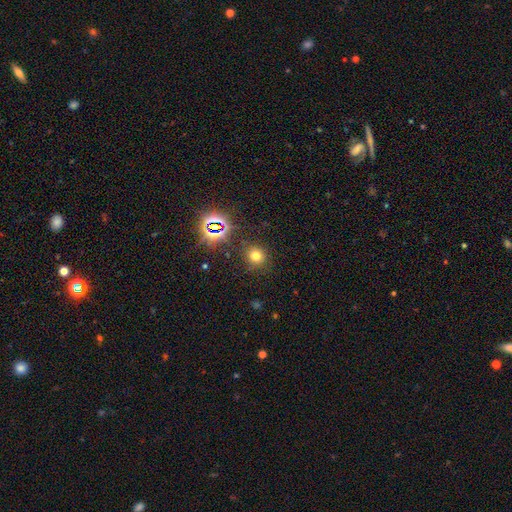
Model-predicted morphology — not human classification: A smooth galaxy with no disk features (66%) that is round (85%). Merging: none (84%).